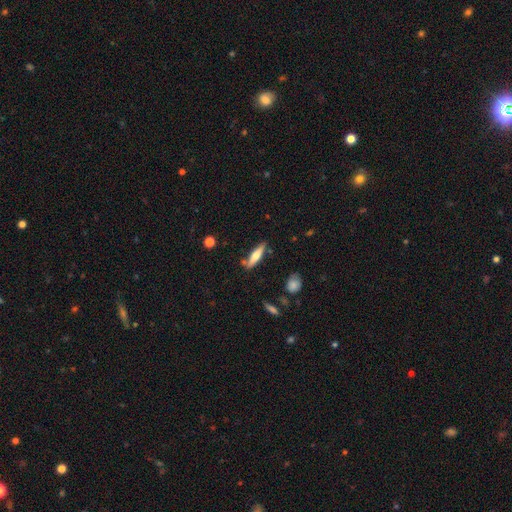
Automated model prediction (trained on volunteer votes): This is possibly a smooth galaxy (58%). How rounded: likely cigar-shaped (75%). Merging: likely none (75%).